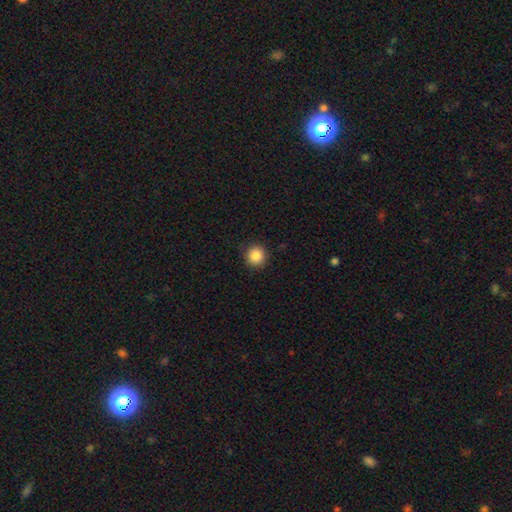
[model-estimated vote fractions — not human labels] Smooth or featured?
  - smooth: 87% *
  - star or artifact: 10%
  - featured or disk: 4%
How rounded?
  - round: 94% *
  - in between: 5%
  - cigar-shaped: 1%
Merging?
  - none: 92% *
  - minor disturbance: 5%
  - major disturbance: 2%
  - merger: 1%